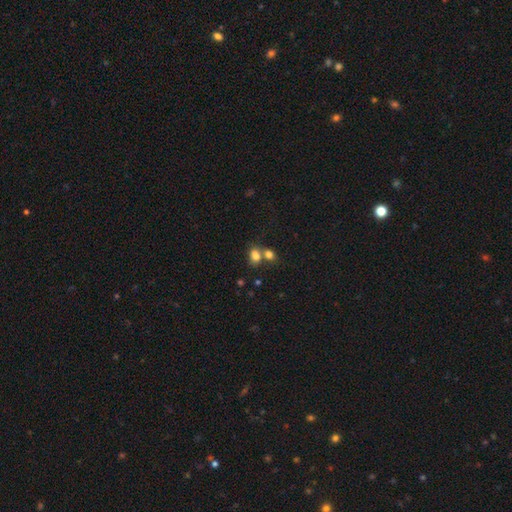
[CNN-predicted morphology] Q: Smooth or featured?
A: smooth (80%); runner-up: star or artifact (11%)
Q: How rounded?
A: in between (75%); runner-up: round (23%)
Q: Merging?
A: merger (47%); runner-up: none (40%)